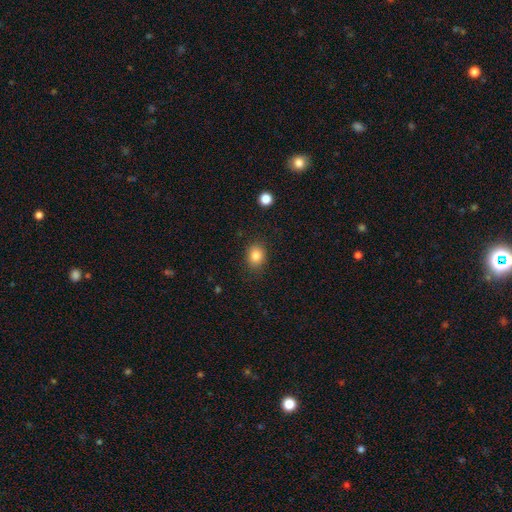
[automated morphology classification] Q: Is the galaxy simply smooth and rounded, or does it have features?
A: smooth — 84%.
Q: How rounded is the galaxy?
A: round — 59%.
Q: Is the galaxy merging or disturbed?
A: none — 85%.